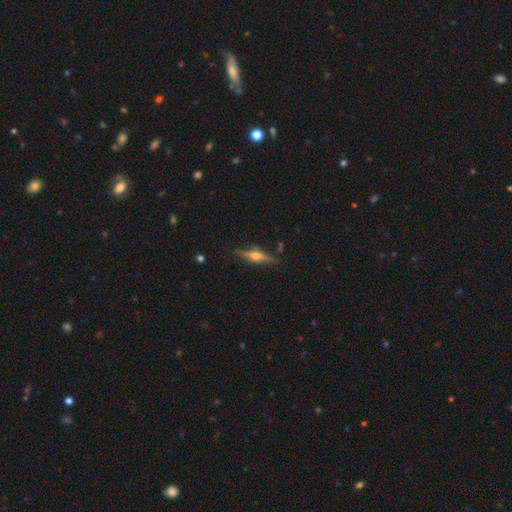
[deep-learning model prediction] Q: Smooth or featured?
A: featured or disk (70%); runner-up: smooth (23%)
Q: Edge-on disk?
A: yes (96%); runner-up: no (4%)
Q: Edge-on bulge?
A: rounded (91%); runner-up: boxy (6%)
Q: Merging?
A: none (86%); runner-up: minor disturbance (10%)